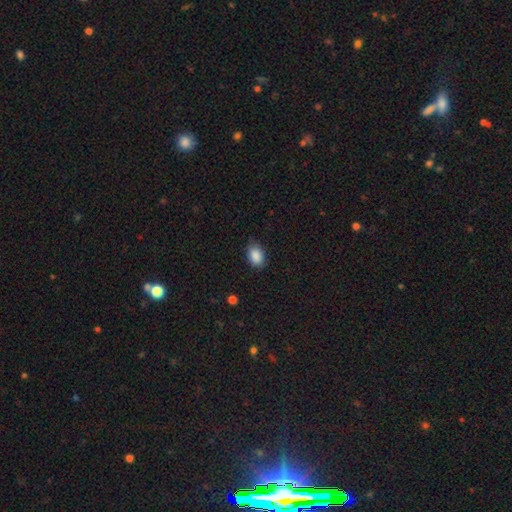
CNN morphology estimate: type=smooth (88%); roundness=in between (85%); merging=none (78%).